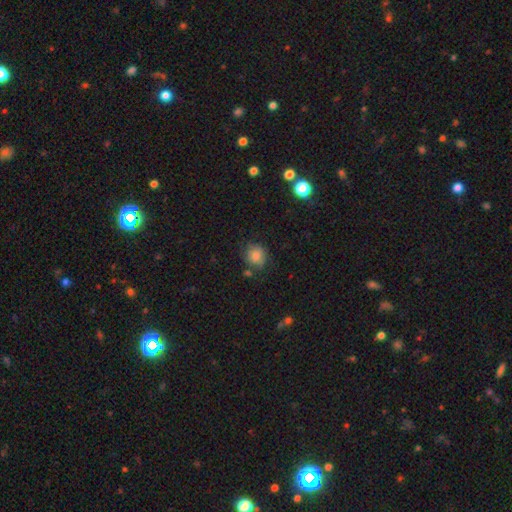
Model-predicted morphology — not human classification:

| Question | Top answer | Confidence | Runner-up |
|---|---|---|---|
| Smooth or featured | smooth | 77% | featured or disk (12%) |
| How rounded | round | 80% | in between (19%) |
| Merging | none | 69% | minor disturbance (20%) |